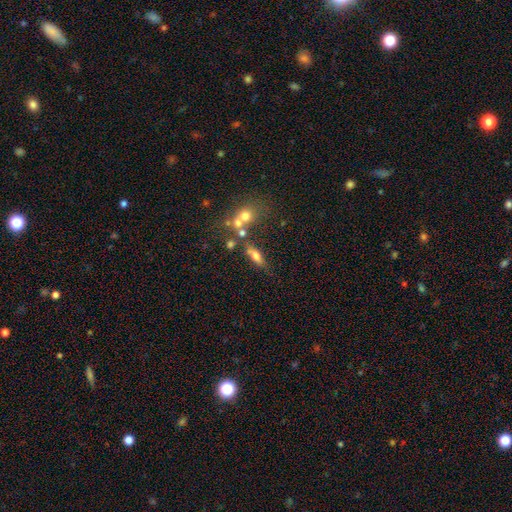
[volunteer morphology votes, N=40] A smooth galaxy with no disk features (72%) that is in between round and cigar-shaped (59%). Merging: none (31%).